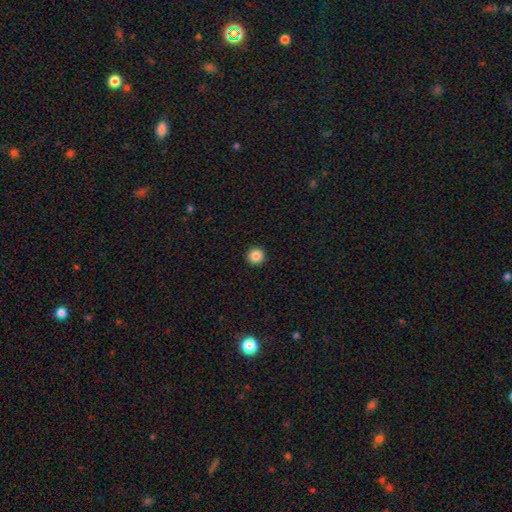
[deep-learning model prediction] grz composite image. It shows a smooth galaxy with no disk features (86%) that is round (96%). Merging: none (94%).